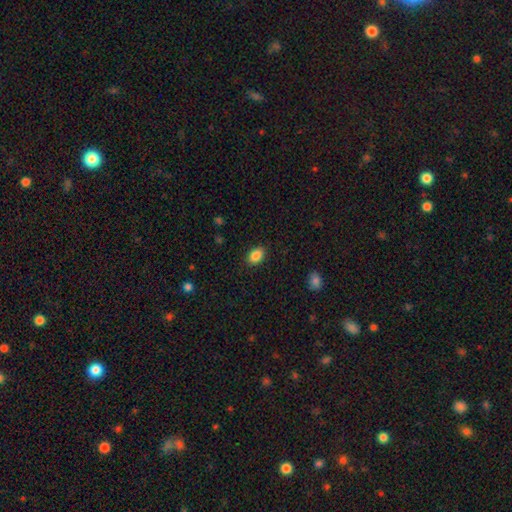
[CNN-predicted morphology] Q: Smooth or featured?
A: smooth (87%); runner-up: star or artifact (8%)
Q: How rounded?
A: in between (84%); runner-up: round (15%)
Q: Merging?
A: none (88%); runner-up: minor disturbance (9%)